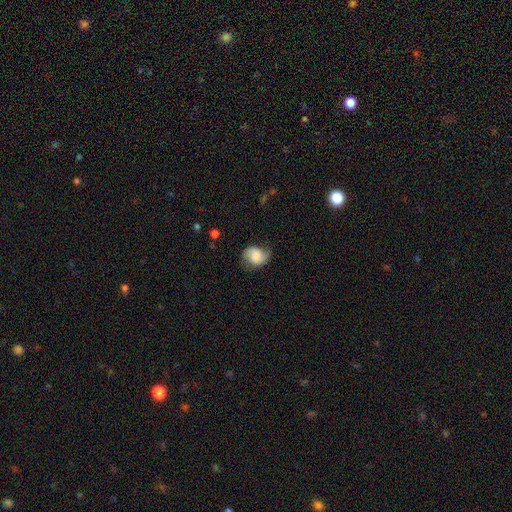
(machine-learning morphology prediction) Overall: smooth (56%; featured or disk 35%). How rounded: round (53%; in between 46%). Merging: none (47%; minor disturbance 33%).